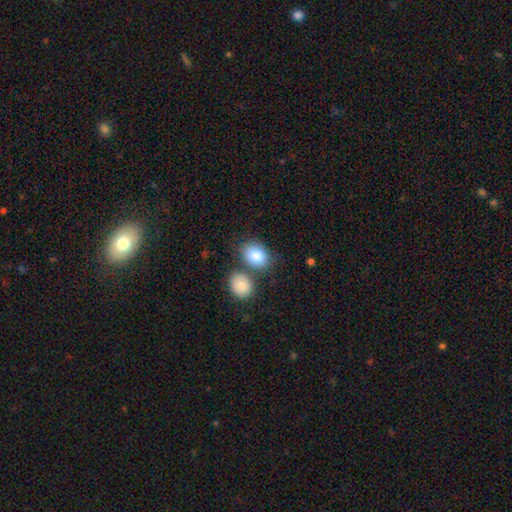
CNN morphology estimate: smooth_or_featured: smooth (p=0.86) [alt: featured or disk p=0.08]
how_rounded: in between (p=0.71) [alt: round p=0.28]
merging: none (p=0.58) [alt: merger p=0.24]